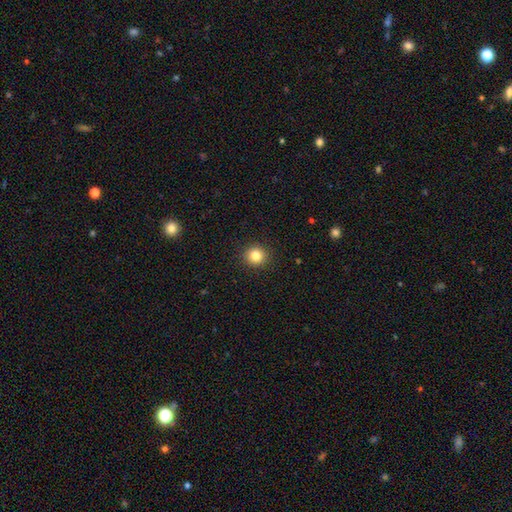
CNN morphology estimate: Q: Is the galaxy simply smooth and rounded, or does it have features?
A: smooth — 83%.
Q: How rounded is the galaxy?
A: round — 91%.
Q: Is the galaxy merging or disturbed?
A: none — 92%.